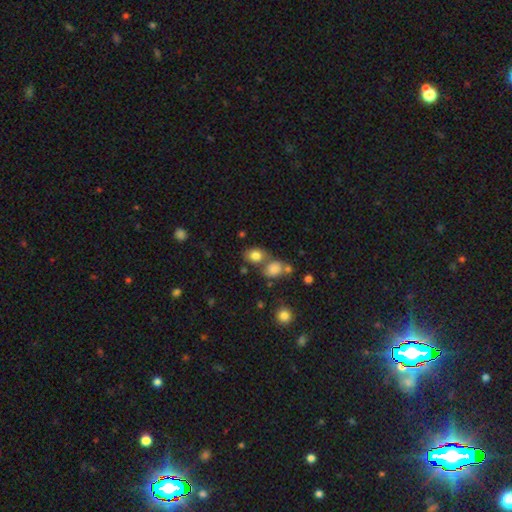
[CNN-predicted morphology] Smooth or featured?
  - smooth: 80% *
  - star or artifact: 11%
  - featured or disk: 9%
How rounded?
  - in between: 58% *
  - round: 41%
  - cigar-shaped: 1%
Merging?
  - none: 54% *
  - merger: 29%
  - minor disturbance: 12%
  - major disturbance: 5%